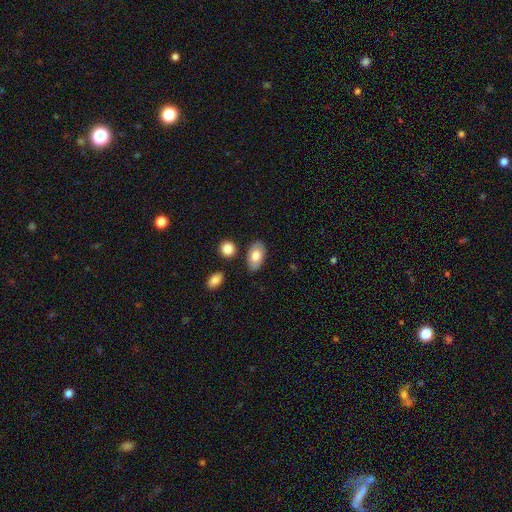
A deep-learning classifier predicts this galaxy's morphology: smooth-or-featured: smooth: 75% | featured or disk: 19% | star or artifact: 6%
  how-rounded: in between: 93% | round: 5% | cigar-shaped: 1%
  merging: none: 82% | minor disturbance: 11% | merger: 4% | major disturbance: 3%